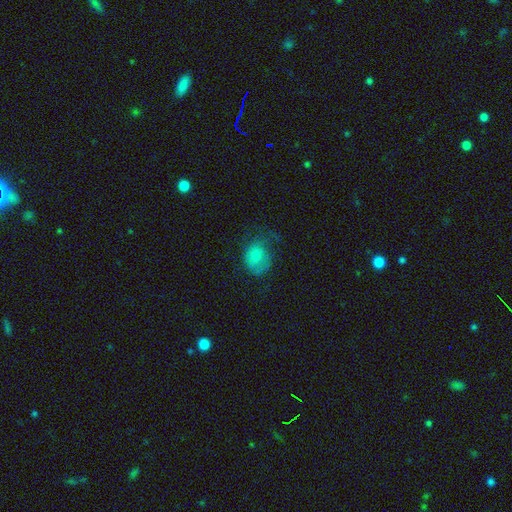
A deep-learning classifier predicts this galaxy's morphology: Smooth or featured?
  - smooth: 70% *
  - featured or disk: 21%
  - star or artifact: 9%
How rounded?
  - round: 51% *
  - in between: 48%
  - cigar-shaped: 1%
Merging?
  - none: 38% *
  - major disturbance: 31%
  - minor disturbance: 29%
  - merger: 2%